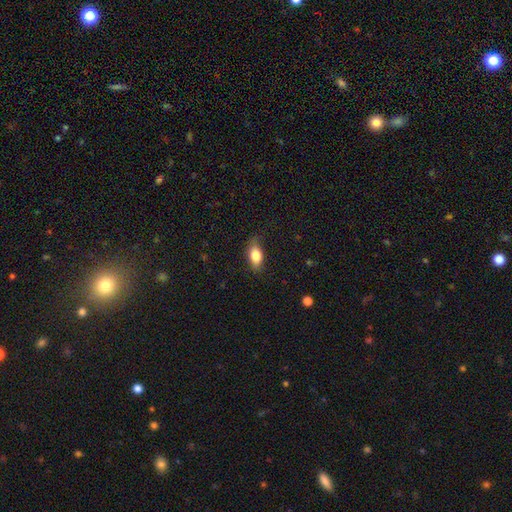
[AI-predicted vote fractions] The model was most divided on "merging": none: 74%, minor disturbance: 20%, major disturbance: 5%, merger: 1%. More confident: how rounded — in between (83%); smooth or featured — smooth (78%).